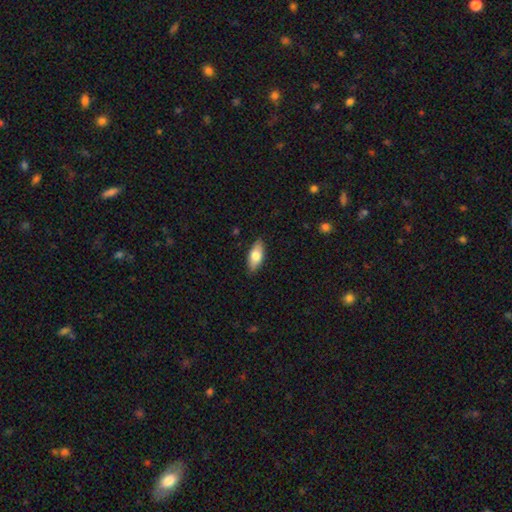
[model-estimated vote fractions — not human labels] Smooth or featured? Predicted: smooth (p=0.74). How rounded? Predicted: in between (p=0.85). Merging? Predicted: none (p=0.87).